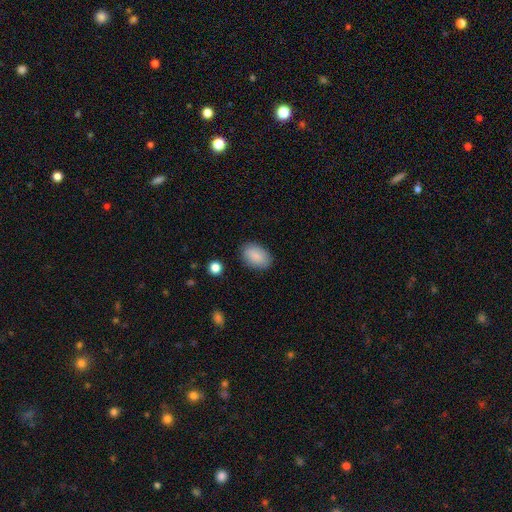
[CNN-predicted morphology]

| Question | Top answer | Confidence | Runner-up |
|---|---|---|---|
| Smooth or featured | smooth | 88% | star or artifact (7%) |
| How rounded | in between | 88% | round (11%) |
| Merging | none | 85% | minor disturbance (11%) |